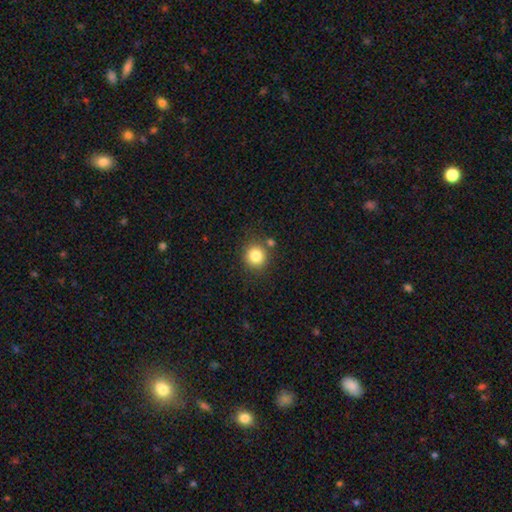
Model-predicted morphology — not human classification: Smooth or featured: smooth — 83% (star or artifact — 11%)
How rounded: round — 90% (in between — 9%)
Merging: none — 80% (minor disturbance — 9%)